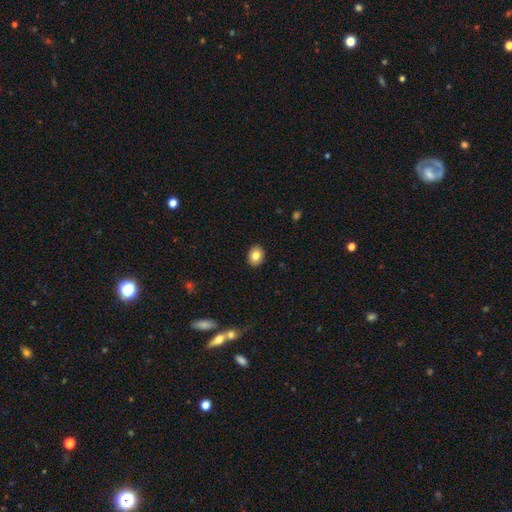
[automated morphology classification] The model was most divided on "how rounded": in between: 50%, round: 49%, cigar-shaped: 1%. More confident: merging — none (91%); smooth or featured — smooth (83%).